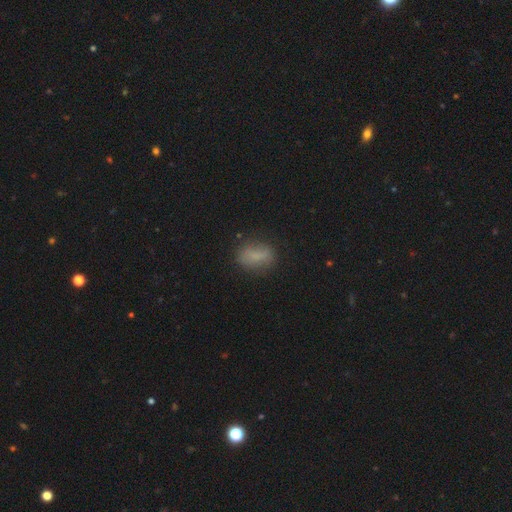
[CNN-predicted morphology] smooth_or_featured: smooth (p=0.72) [alt: featured or disk p=0.17]
how_rounded: in between (p=0.76) [alt: round p=0.16]
merging: none (p=0.73) [alt: minor disturbance p=0.18]